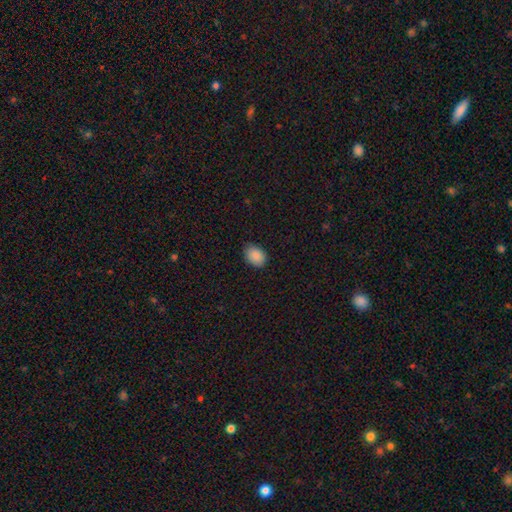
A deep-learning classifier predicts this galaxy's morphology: This is clearly a smooth galaxy (88%). How rounded: likely in between (76%). Merging: clearly none (81%).